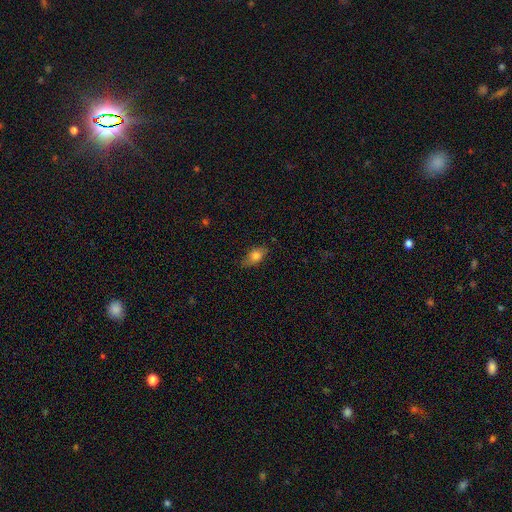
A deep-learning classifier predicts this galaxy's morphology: A smooth galaxy with no disk features (77%) that is in between round and cigar-shaped (83%). Merging: none (77%).